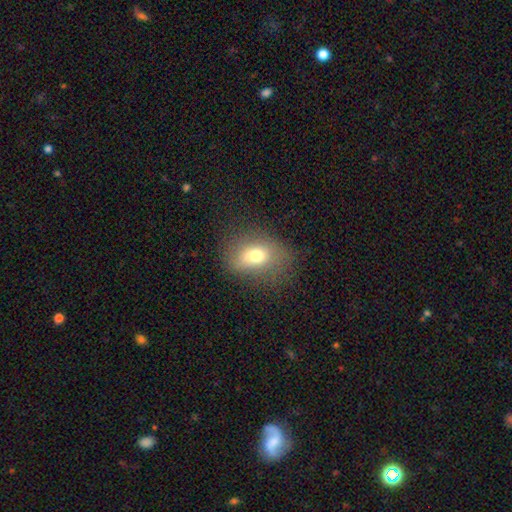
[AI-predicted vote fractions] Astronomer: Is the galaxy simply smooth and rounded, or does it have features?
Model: smooth — 70%.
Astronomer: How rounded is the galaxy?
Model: in between — 66%.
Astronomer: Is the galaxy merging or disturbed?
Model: none — 69%.